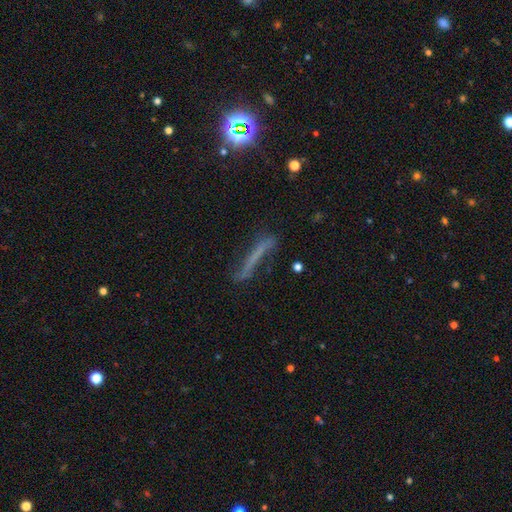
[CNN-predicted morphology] type=featured or disk (41%); merging=none (58%).